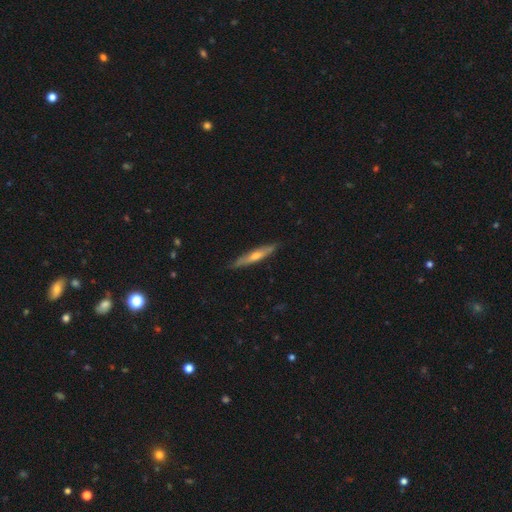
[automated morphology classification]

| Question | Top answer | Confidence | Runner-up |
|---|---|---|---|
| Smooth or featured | featured or disk | 56% | smooth (39%) |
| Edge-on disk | yes | 92% | no (8%) |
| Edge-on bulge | rounded | 76% | none (20%) |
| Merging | none | 87% | minor disturbance (11%) |